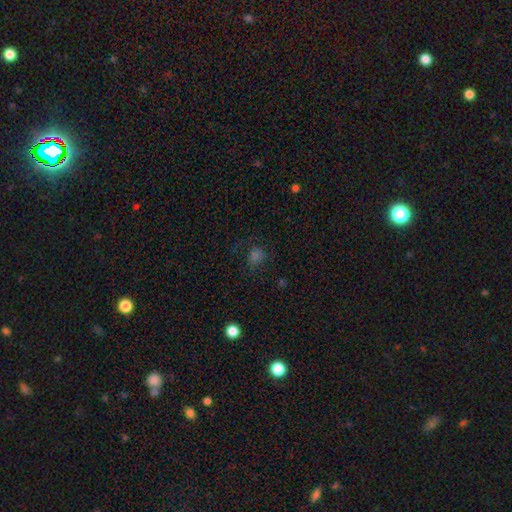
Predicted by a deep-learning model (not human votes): A smooth galaxy with no disk features (57%) that is round (63%).

Vote fractions:
- Smooth or featured? smooth: 57% / star or artifact: 31% / featured or disk: 12%
- How rounded? round: 63% / in between: 35% / cigar-shaped: 2%
- Merging? none: 64% / minor disturbance: 18% / major disturbance: 16% / merger: 2%